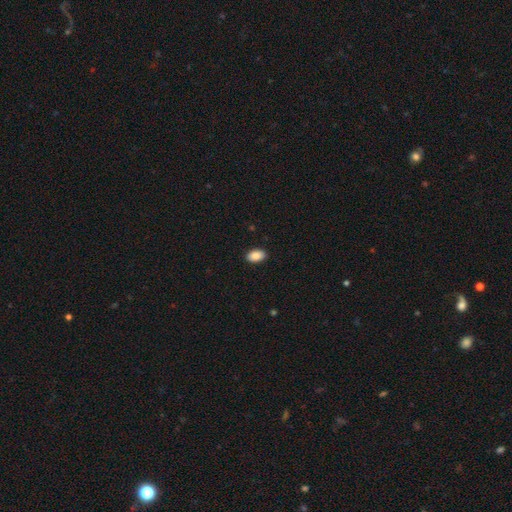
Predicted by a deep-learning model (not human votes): Q: Smooth or featured?
A: smooth (87%); runner-up: star or artifact (7%)
Q: How rounded?
A: in between (93%); runner-up: round (6%)
Q: Merging?
A: none (90%); runner-up: minor disturbance (7%)